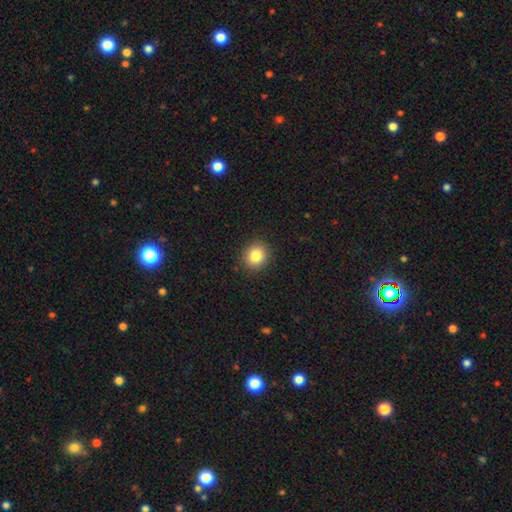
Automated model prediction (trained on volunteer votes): This appears to be a smooth galaxy with no disk features (84%) that is round (82%). Merging: none (91%).